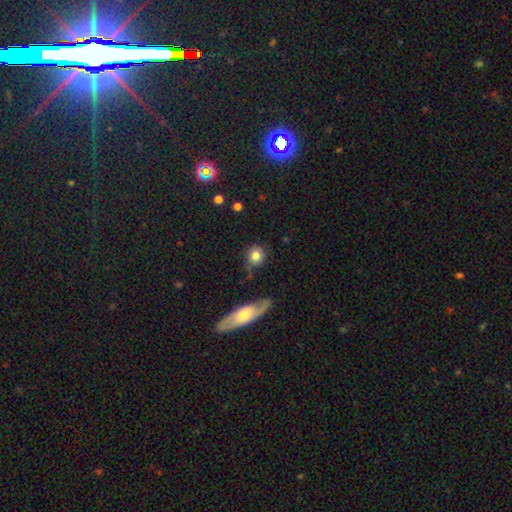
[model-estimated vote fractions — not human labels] Q: Smooth or featured?
A: smooth (78%); runner-up: featured or disk (13%)
Q: How rounded?
A: round (83%); runner-up: in between (15%)
Q: Merging?
A: none (73%); runner-up: minor disturbance (15%)